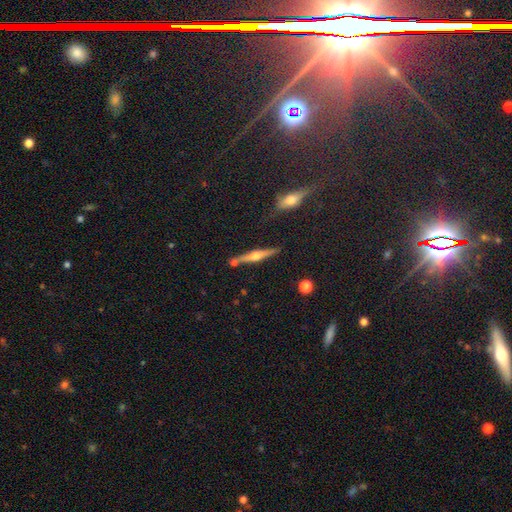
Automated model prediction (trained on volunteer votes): smooth-or-featured: featured or disk: 71% | smooth: 22% | star or artifact: 7%
  disk-edge-on: yes: 97% | no: 3%
    edge-on-bulge: rounded: 90% | boxy: 5% | none: 4%
  merging: none: 80% | minor disturbance: 10% | merger: 8% | major disturbance: 2%